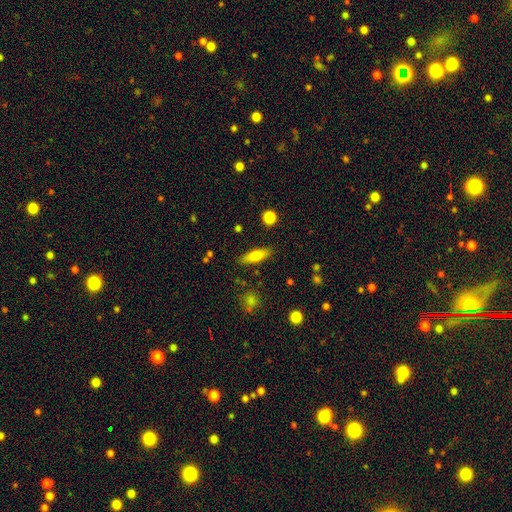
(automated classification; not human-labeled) smooth 73%, featured or disk 20%, star or artifact 7%. Down the decision tree: how rounded — cigar-shaped (49%); merging — none (85%).